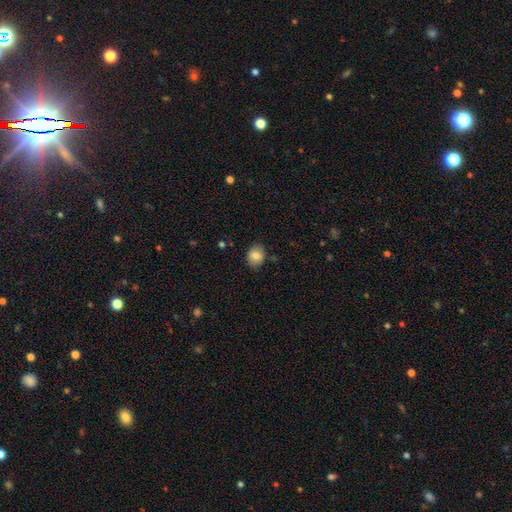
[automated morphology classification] Q: Smooth or featured?
A: smooth (82%); runner-up: featured or disk (9%)
Q: How rounded?
A: in between (58%); runner-up: round (41%)
Q: Merging?
A: none (83%); runner-up: minor disturbance (13%)